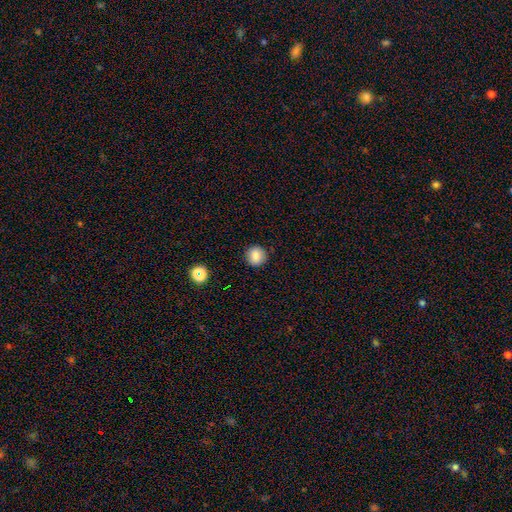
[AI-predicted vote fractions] Smooth or featured? Predicted: smooth (p=0.85). How rounded? Predicted: round (p=0.92). Merging? Predicted: none (p=0.90).